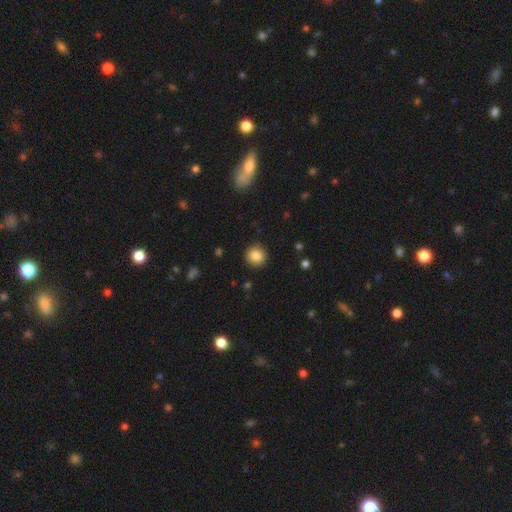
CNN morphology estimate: Smooth or featured?
  - smooth: 86% *
  - star or artifact: 9%
  - featured or disk: 5%
How rounded?
  - round: 90% *
  - in between: 9%
  - cigar-shaped: 1%
Merging?
  - none: 90% *
  - minor disturbance: 7%
  - major disturbance: 2%
  - merger: 1%